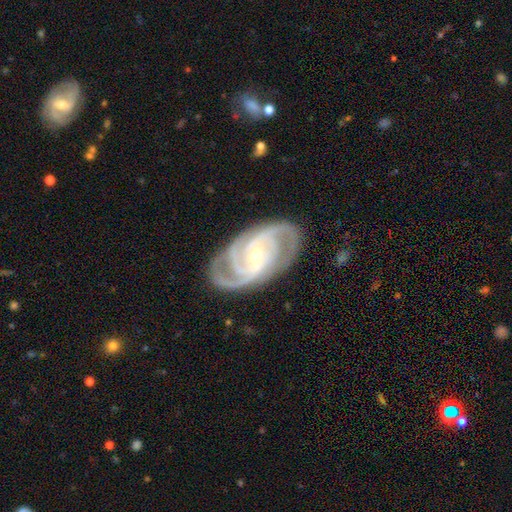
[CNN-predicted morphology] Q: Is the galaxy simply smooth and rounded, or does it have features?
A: featured or disk — 92%.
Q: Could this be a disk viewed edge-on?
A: no — 97%.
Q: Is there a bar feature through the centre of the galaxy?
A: no — 38%.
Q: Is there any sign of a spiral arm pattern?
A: yes — 98%.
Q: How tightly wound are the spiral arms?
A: tight — 51%.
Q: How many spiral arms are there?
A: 3 — 46%.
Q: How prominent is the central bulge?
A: small — 67%.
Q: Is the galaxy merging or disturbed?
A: none — 80%.